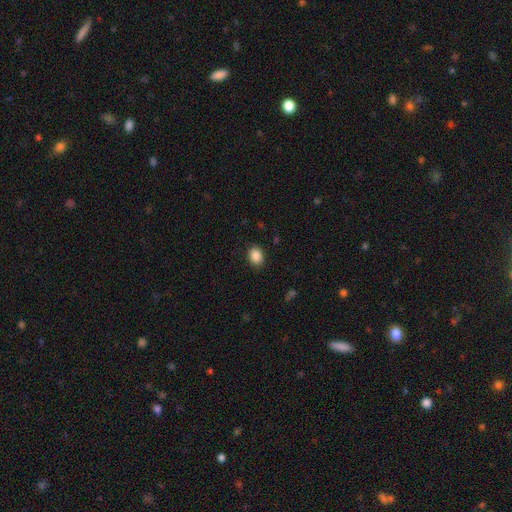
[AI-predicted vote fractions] The model was most divided on "how rounded": in between: 55%, round: 44%, cigar-shaped: 1%. More confident: merging — none (88%); smooth or featured — smooth (88%).